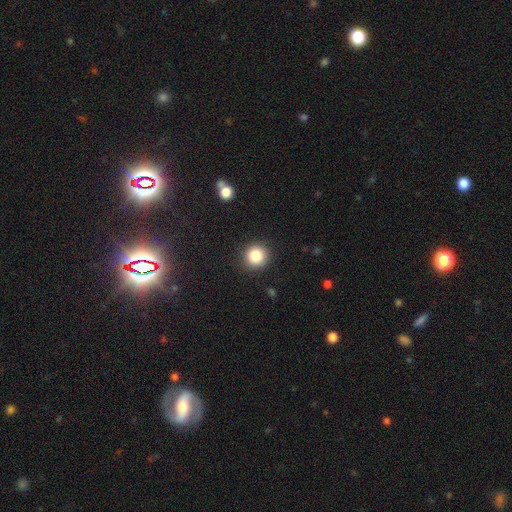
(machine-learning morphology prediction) A smooth galaxy with no disk features (85%) that is round (93%).

Vote fractions:
- Smooth or featured? smooth: 85% / star or artifact: 10% / featured or disk: 5%
- How rounded? round: 93% / in between: 6% / cigar-shaped: 1%
- Merging? none: 90% / minor disturbance: 6% / major disturbance: 2% / merger: 1%